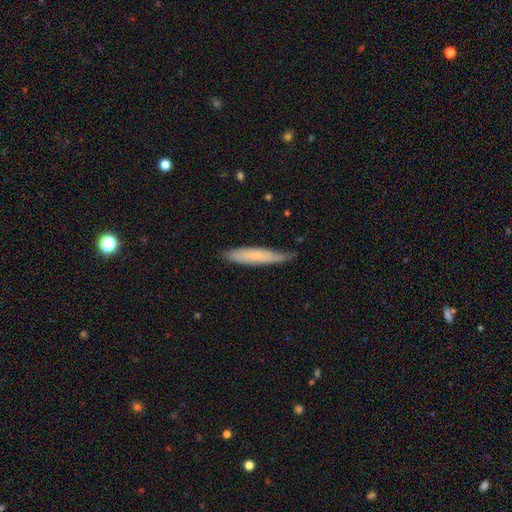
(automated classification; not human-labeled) A smooth galaxy with no disk features (65%) that is cigar-shaped (86%). Merging: none (67%).